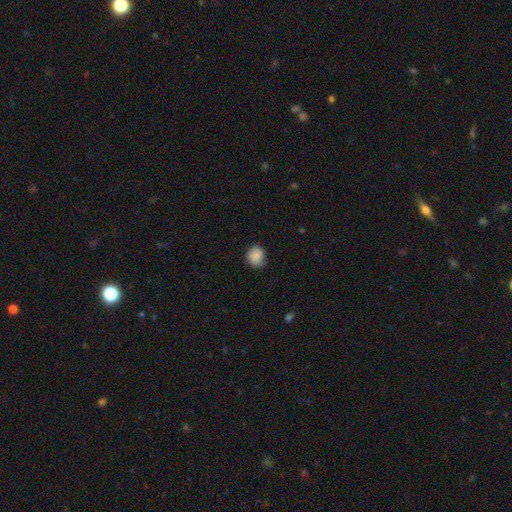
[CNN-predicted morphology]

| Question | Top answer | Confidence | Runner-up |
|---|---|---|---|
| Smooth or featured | smooth | 87% | star or artifact (8%) |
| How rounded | round | 72% | in between (27%) |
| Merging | none | 76% | minor disturbance (20%) |